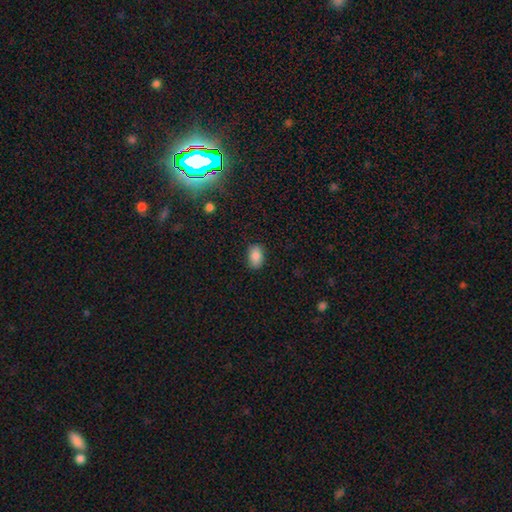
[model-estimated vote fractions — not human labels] Overall: smooth (86%). How rounded: in between (87%). Merging: none (86%).